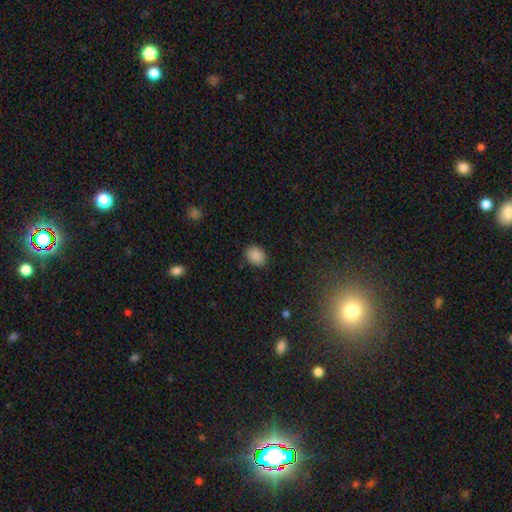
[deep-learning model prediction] A smooth galaxy with no disk features (88%) that is in between round and cigar-shaped (70%).

Vote fractions:
- Smooth or featured? smooth: 88% / star or artifact: 9% / featured or disk: 3%
- How rounded? in between: 70% / round: 29% / cigar-shaped: 1%
- Merging? none: 86% / minor disturbance: 10% / major disturbance: 3% / merger: 1%